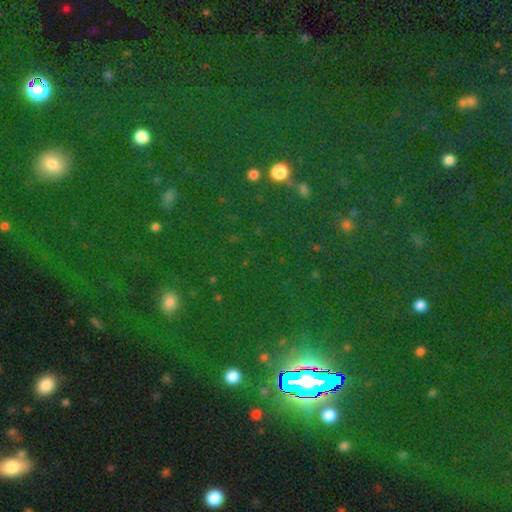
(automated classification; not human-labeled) Q: Smooth or featured?
A: star or artifact (75%); runner-up: smooth (16%)